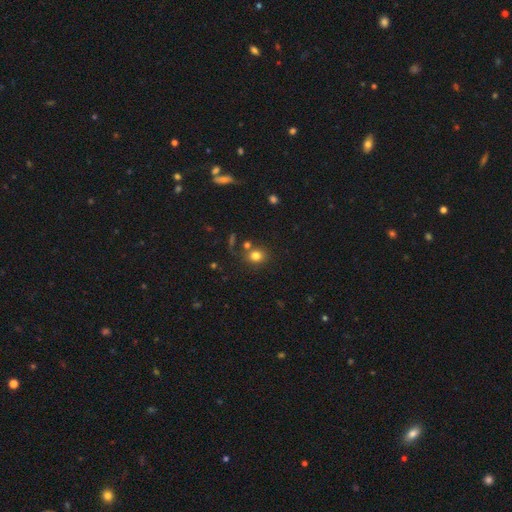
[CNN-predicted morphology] type=smooth (79%); roundness=round (70%); merging=none (71%).